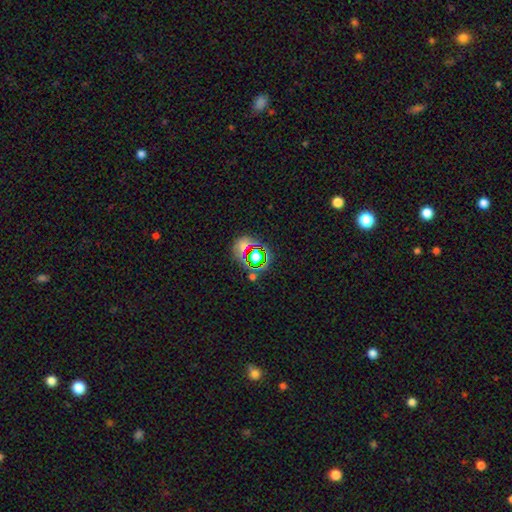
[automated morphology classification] Smooth or featured? star or artifact (52%)